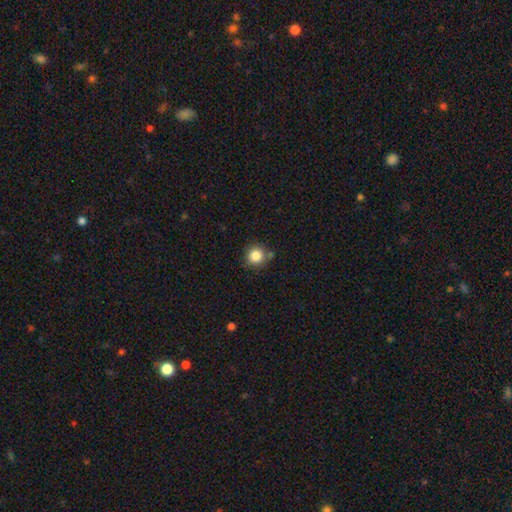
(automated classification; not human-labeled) Morphology: type=smooth (84%); roundness=round (93%); merging=none (80%).